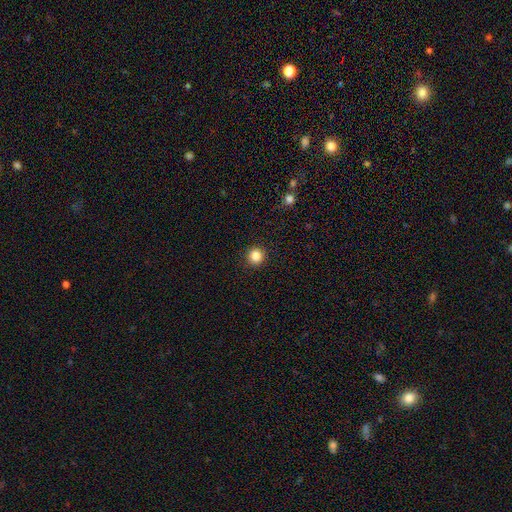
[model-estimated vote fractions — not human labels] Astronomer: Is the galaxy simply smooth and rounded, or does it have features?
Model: smooth — 85%.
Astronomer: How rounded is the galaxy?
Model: round — 94%.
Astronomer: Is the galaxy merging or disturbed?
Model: none — 93%.